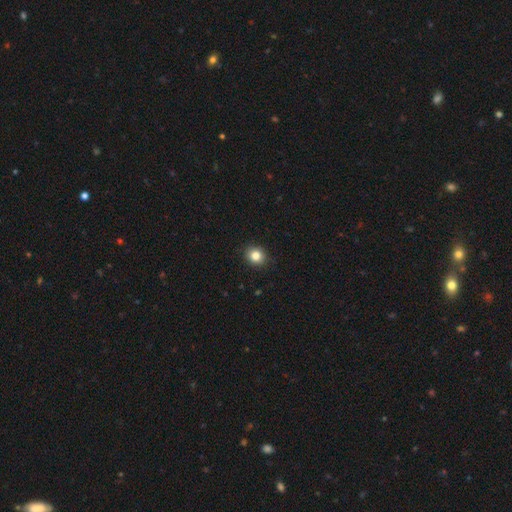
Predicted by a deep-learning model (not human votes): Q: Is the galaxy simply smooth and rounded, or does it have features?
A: smooth — 84%.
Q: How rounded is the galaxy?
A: round — 80%.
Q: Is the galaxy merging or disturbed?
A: none — 91%.